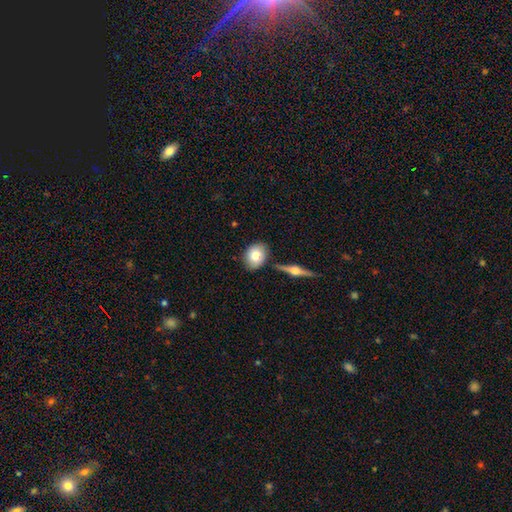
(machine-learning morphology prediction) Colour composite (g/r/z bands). It shows a smooth galaxy with no disk features (75%) that is in between round and cigar-shaped (53%). Merging: none (77%).